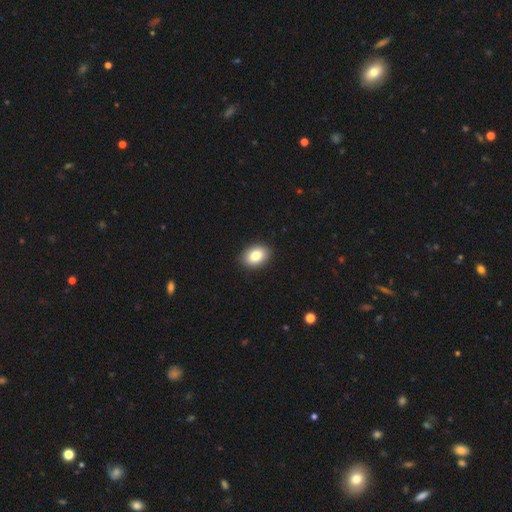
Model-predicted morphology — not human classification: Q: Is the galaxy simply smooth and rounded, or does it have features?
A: smooth — 84%.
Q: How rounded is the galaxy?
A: in between — 79%.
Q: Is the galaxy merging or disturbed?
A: none — 90%.